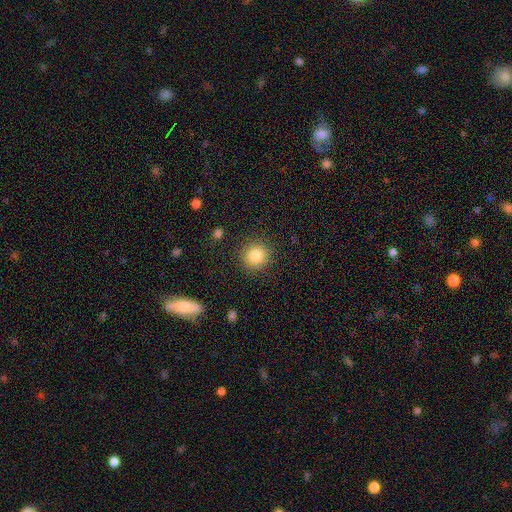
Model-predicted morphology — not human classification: A smooth galaxy with no disk features (84%) that is round (91%).

Vote fractions:
- Smooth or featured? smooth: 84% / star or artifact: 10% / featured or disk: 6%
- How rounded? round: 91% / in between: 8% / cigar-shaped: 1%
- Merging? none: 89% / minor disturbance: 7% / major disturbance: 3% / merger: 1%